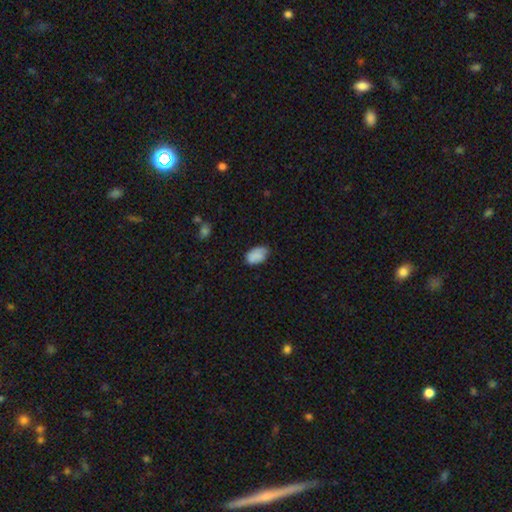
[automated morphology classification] Q: Smooth or featured?
A: smooth (84%); runner-up: star or artifact (8%)
Q: How rounded?
A: in between (91%); runner-up: round (8%)
Q: Merging?
A: none (64%); runner-up: minor disturbance (29%)